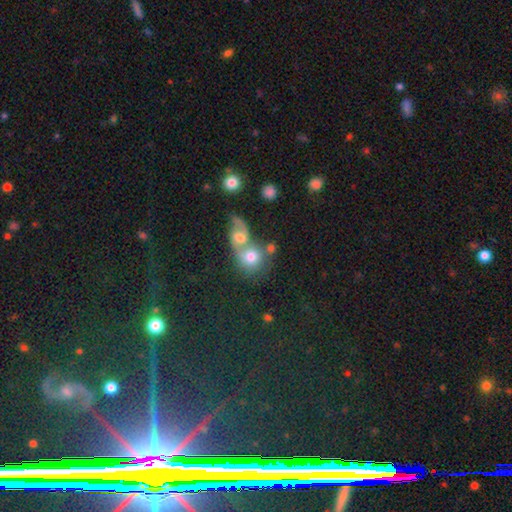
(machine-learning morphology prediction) The model was most divided on "smooth or featured": smooth: 63%, featured or disk: 25%, star or artifact: 12%. More confident: how rounded — round (71%); merging — merger (63%).